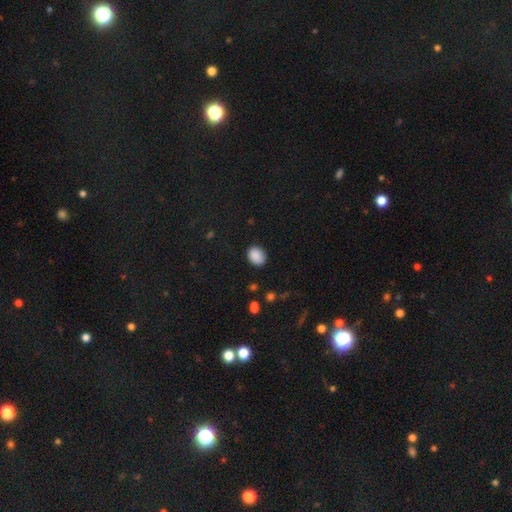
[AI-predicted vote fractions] This appears to be a smooth galaxy with no disk features (89%) that is in between round and cigar-shaped (59%). Merging: none (85%).